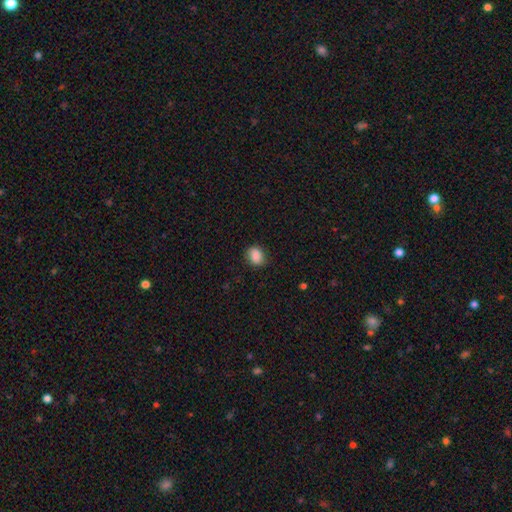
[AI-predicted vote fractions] A smooth galaxy with no disk features (87%) that is in between round and cigar-shaped (52%).

Vote fractions:
- Smooth or featured? smooth: 87% / star or artifact: 8% / featured or disk: 5%
- How rounded? in between: 52% / round: 47% / cigar-shaped: 1%
- Merging? none: 81% / minor disturbance: 14% / major disturbance: 4% / merger: 1%